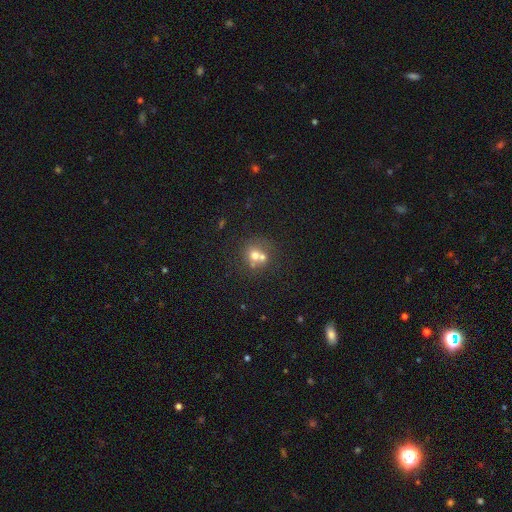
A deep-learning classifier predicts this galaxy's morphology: smooth 61%, featured or disk 25%, star or artifact 15%. Down the decision tree: how rounded — round (80%); merging — merger (52%).